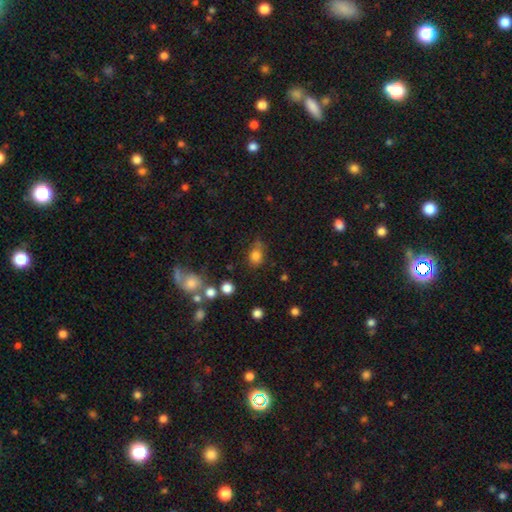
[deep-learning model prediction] smooth_or_featured: smooth (p=0.78) [alt: star or artifact p=0.14]
how_rounded: in between (p=0.52) [alt: round p=0.47]
merging: none (p=0.58) [alt: minor disturbance p=0.26]